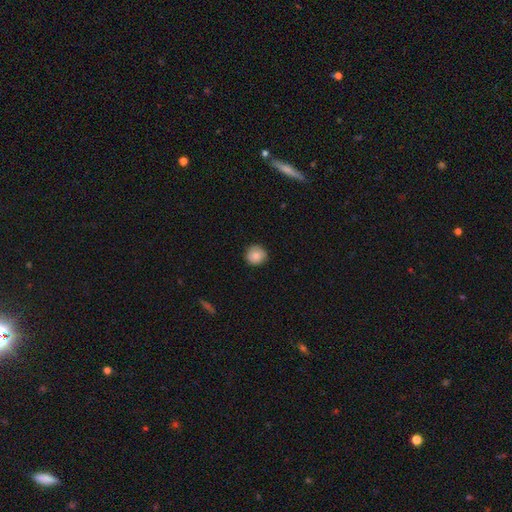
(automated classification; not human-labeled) The model was most divided on "smooth or featured": smooth: 84%, star or artifact: 8%, featured or disk: 8%. More confident: how rounded — round (93%); merging — none (87%).